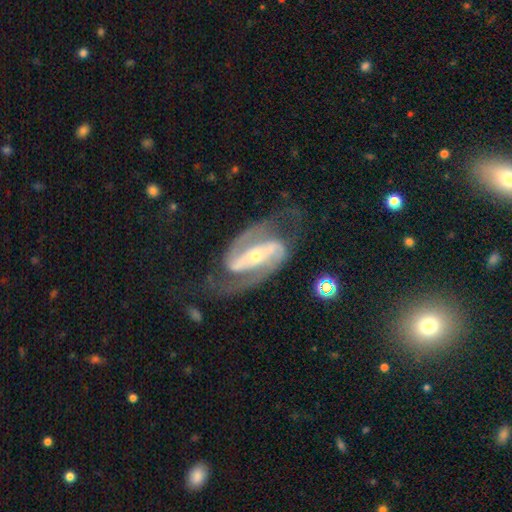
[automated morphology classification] A featured or disk galaxy (92%) with a strong bar (69%), 2 (94%) medium (58%) spiral arms (98%) and a small central bulge (57%). Merging: none (72%).